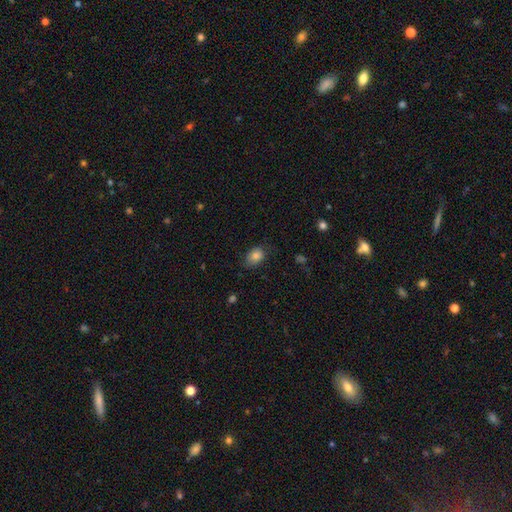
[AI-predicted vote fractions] smooth-or-featured: smooth: 84% | star or artifact: 9% | featured or disk: 7%
  how-rounded: in between: 73% | round: 26% | cigar-shaped: 1%
  merging: none: 68% | minor disturbance: 24% | major disturbance: 6% | merger: 1%